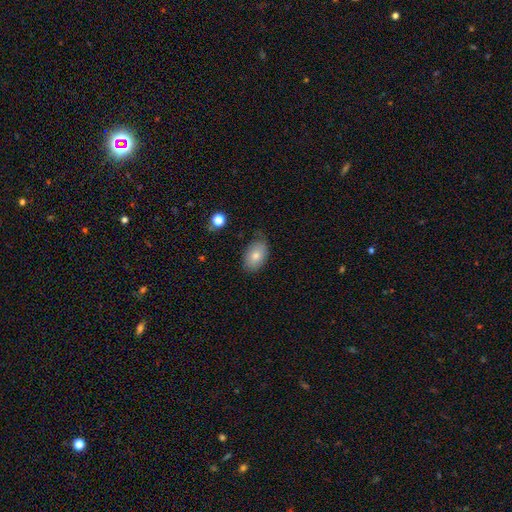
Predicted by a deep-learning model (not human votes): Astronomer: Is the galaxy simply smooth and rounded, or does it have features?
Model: smooth — 75%.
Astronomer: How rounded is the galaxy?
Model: in between — 87%.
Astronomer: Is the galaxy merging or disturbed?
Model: none — 69%.